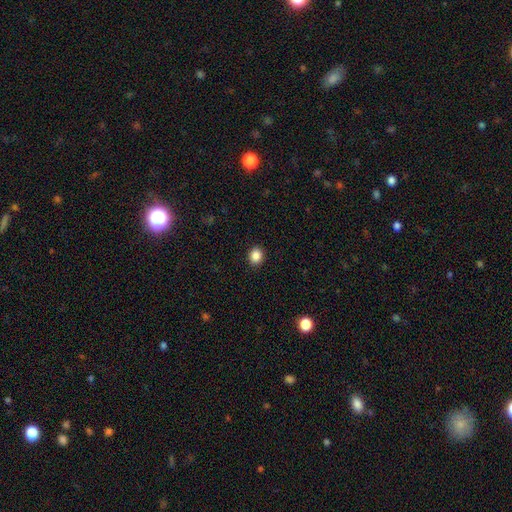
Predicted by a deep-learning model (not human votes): A smooth galaxy with no disk features (87%) that is round (66%).

Vote fractions:
- Smooth or featured? smooth: 87% / star or artifact: 10% / featured or disk: 4%
- How rounded? round: 66% / in between: 33% / cigar-shaped: 1%
- Merging? none: 91% / minor disturbance: 6% / major disturbance: 2% / merger: 1%